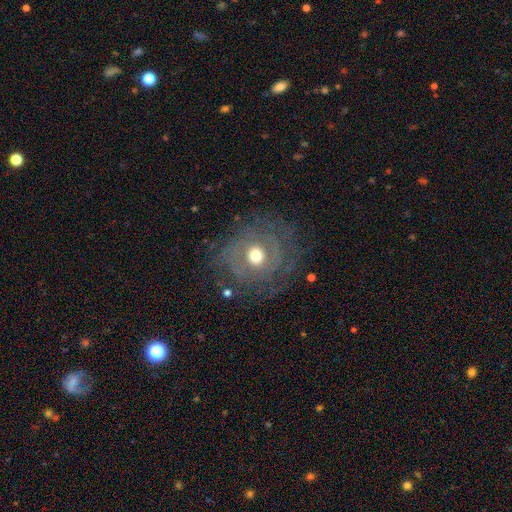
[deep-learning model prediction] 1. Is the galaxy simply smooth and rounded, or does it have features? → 65% featured or disk, 25% smooth, 10% star or artifact.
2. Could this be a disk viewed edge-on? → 96% no, 4% yes.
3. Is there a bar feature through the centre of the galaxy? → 84% no, 12% weak, 4% strong.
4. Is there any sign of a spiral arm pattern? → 67% yes, 33% no.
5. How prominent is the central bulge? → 69% moderate, 15% small, 13% large, 2% dominant, 1% none.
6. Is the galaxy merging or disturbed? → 71% none, 15% minor disturbance, 12% major disturbance, 2% merger.